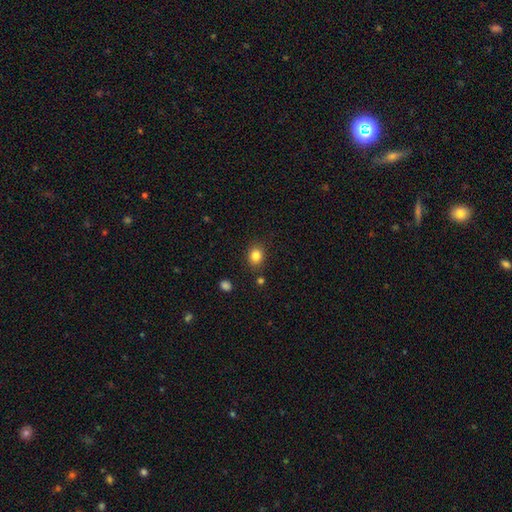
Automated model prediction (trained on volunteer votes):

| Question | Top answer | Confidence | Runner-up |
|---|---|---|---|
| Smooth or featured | smooth | 84% | star or artifact (10%) |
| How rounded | round | 58% | in between (41%) |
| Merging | none | 84% | minor disturbance (10%) |